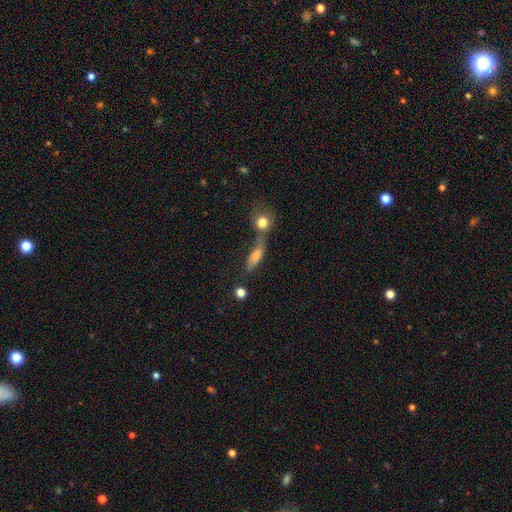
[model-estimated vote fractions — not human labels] Smooth or featured?
  - smooth: 76% *
  - featured or disk: 14%
  - star or artifact: 10%
How rounded?
  - in between: 59% *
  - cigar-shaped: 29%
  - round: 12%
Merging?
  - merger: 41% *
  - none: 37%
  - minor disturbance: 13%
  - major disturbance: 9%